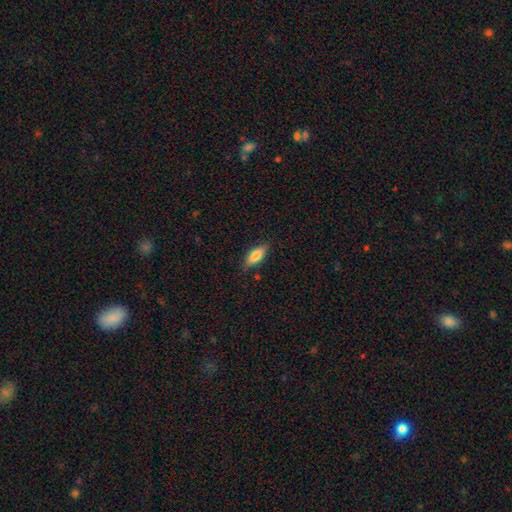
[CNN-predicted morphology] Smooth or featured: smooth — 74% (featured or disk — 19%)
How rounded: in between — 63% (cigar-shaped — 35%)
Merging: none — 82% (minor disturbance — 14%)